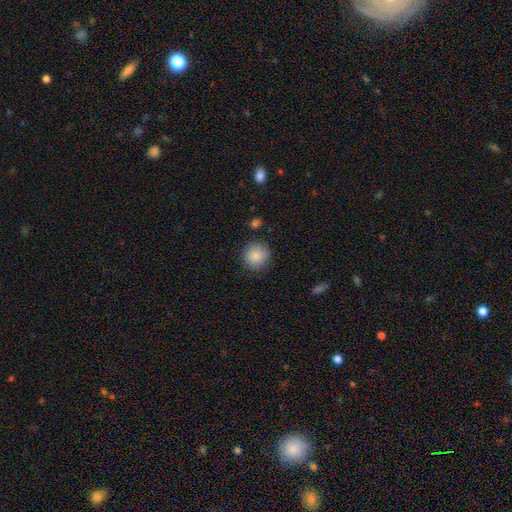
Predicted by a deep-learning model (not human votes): Smooth or featured? Predicted: smooth (p=0.86). How rounded? Predicted: round (p=0.92). Merging? Predicted: none (p=0.87).